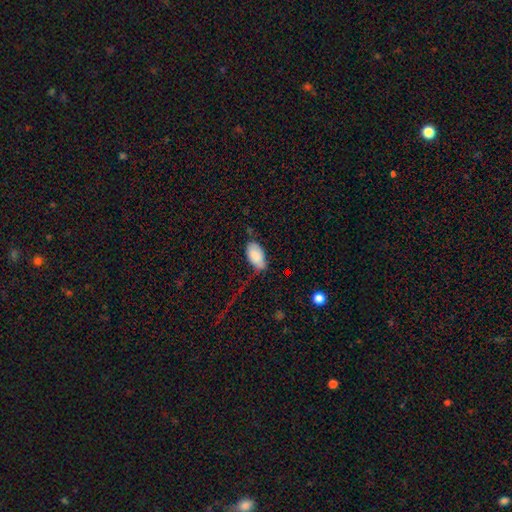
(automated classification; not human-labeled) This is clearly a smooth galaxy (85%). How rounded: clearly in between (95%). Merging: possibly none (53%).